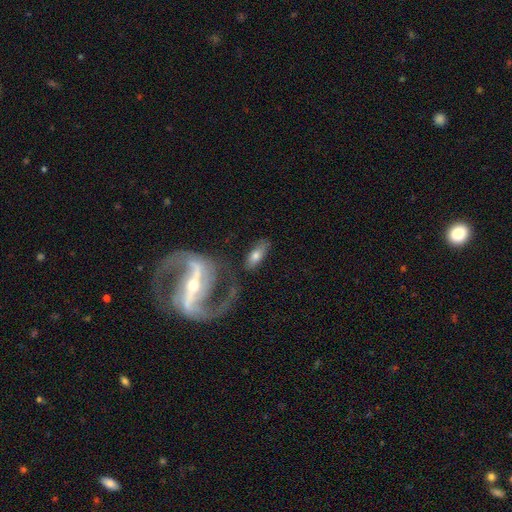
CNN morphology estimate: This is possibly a smooth galaxy (59%). How rounded: likely in between (80%). Merging: likely none (66%).